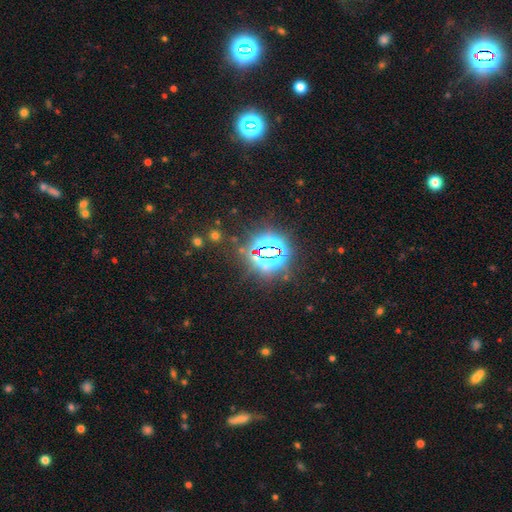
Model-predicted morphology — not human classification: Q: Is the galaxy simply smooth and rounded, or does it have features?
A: star or artifact — 79%.